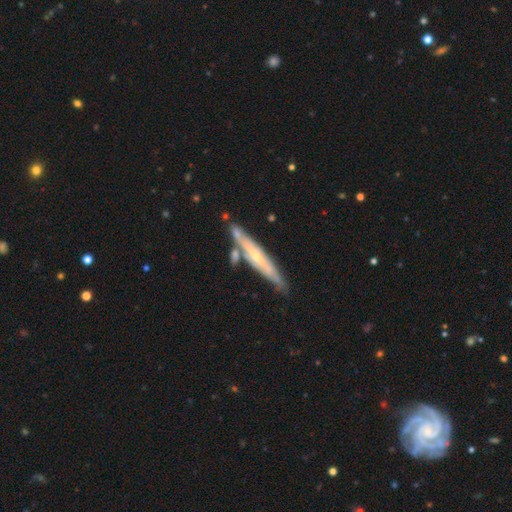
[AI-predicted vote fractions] This is likely a featured or disk galaxy (64%). It is likely viewed edge-on (79%). Merging: likely none (67%).